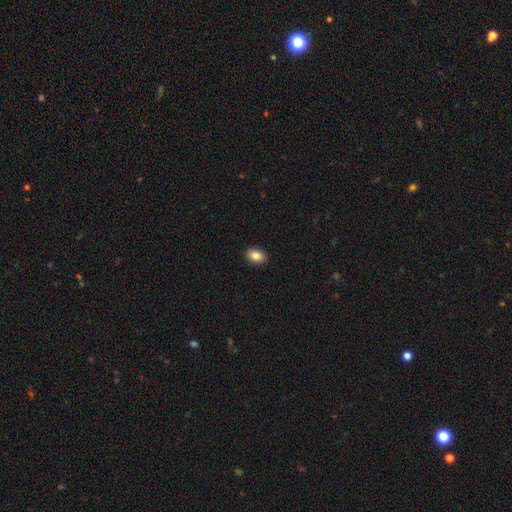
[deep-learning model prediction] smooth-or-featured: smooth: 85% | star or artifact: 8% | featured or disk: 6%
  how-rounded: in between: 76% | round: 22% | cigar-shaped: 1%
  merging: none: 91% | minor disturbance: 7% | major disturbance: 2% | merger: 1%